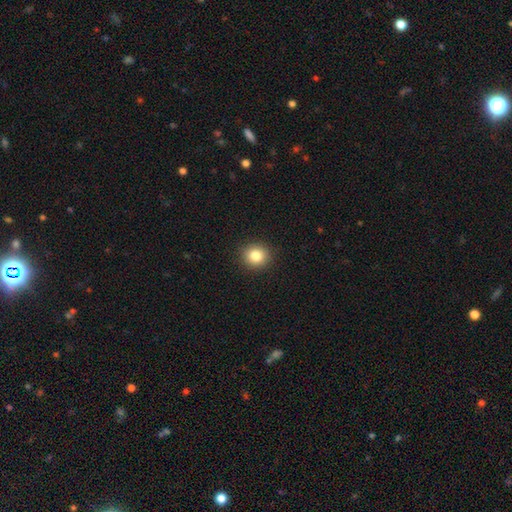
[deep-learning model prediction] Smooth or featured?
  - smooth: 84% *
  - star or artifact: 10%
  - featured or disk: 6%
How rounded?
  - round: 86% *
  - in between: 13%
  - cigar-shaped: 1%
Merging?
  - none: 92% *
  - minor disturbance: 6%
  - major disturbance: 2%
  - merger: 1%